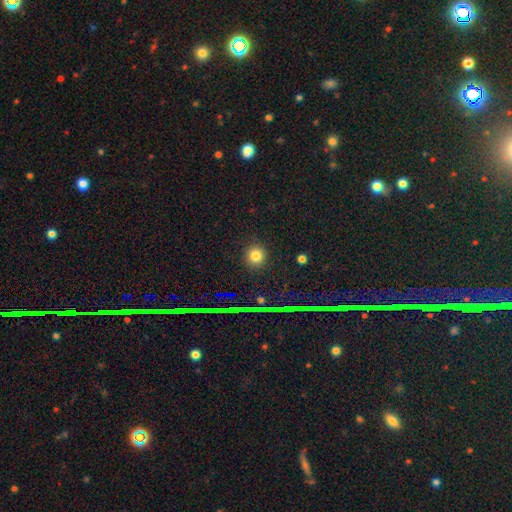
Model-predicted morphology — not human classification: Smooth or featured? smooth (80%)
How rounded? round (90%)
Merging? none (90%)